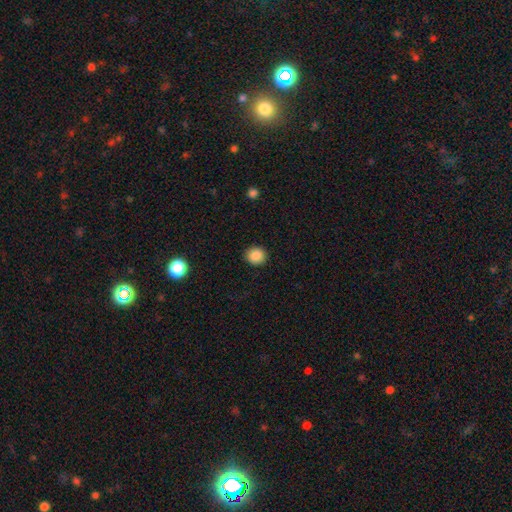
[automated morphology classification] The model was most divided on "how rounded": round: 85%, in between: 14%, cigar-shaped: 1%. More confident: merging — none (91%); smooth or featured — smooth (87%).